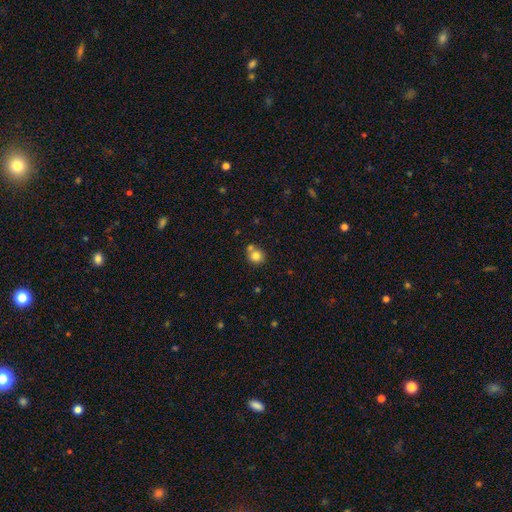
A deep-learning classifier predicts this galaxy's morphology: Smooth or featured?
  - smooth: 80% *
  - star or artifact: 11%
  - featured or disk: 9%
How rounded?
  - round: 87% *
  - in between: 12%
  - cigar-shaped: 1%
Merging?
  - none: 58% *
  - merger: 28%
  - minor disturbance: 10%
  - major disturbance: 3%